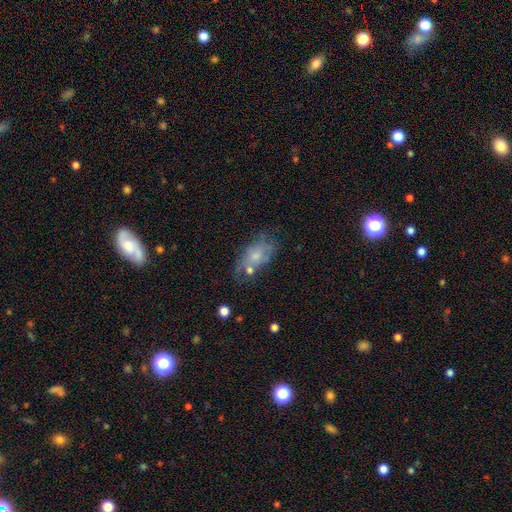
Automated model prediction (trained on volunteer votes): smooth-or-featured: smooth: 49% | featured or disk: 41% | star or artifact: 9%
  merging: none: 41% | minor disturbance: 26% | major disturbance: 18% | merger: 15%